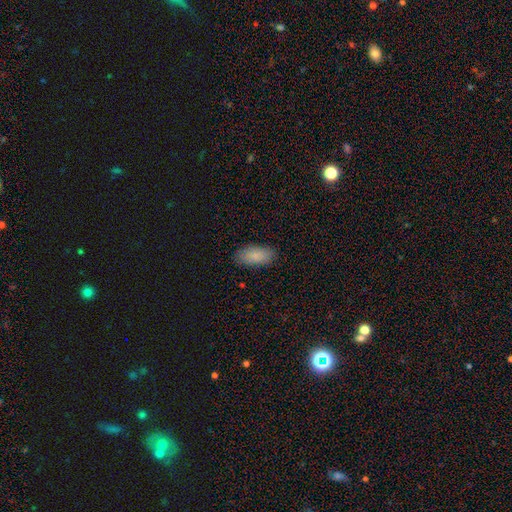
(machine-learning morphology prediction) Smooth or featured? Predicted: smooth (p=0.87). How rounded? Predicted: in between (p=0.89). Merging? Predicted: none (p=0.87).